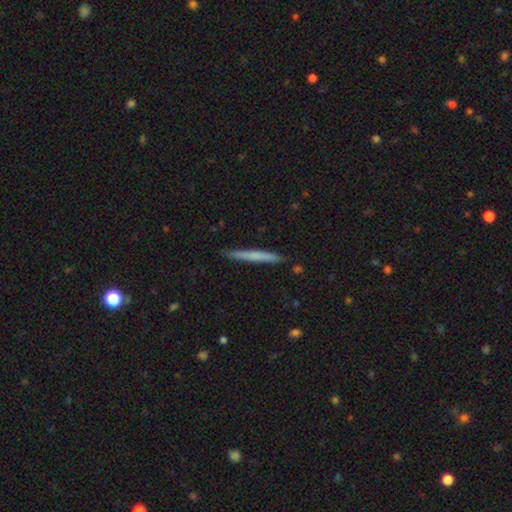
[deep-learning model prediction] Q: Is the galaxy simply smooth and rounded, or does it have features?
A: smooth — 63%.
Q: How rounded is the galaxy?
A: cigar-shaped — 97%.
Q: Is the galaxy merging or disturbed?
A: none — 90%.